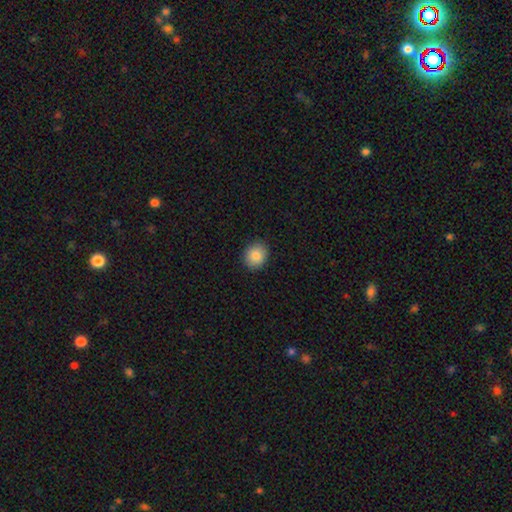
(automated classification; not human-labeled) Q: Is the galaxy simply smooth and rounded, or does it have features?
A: smooth — 85%.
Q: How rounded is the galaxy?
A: round — 75%.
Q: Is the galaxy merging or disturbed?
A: none — 90%.